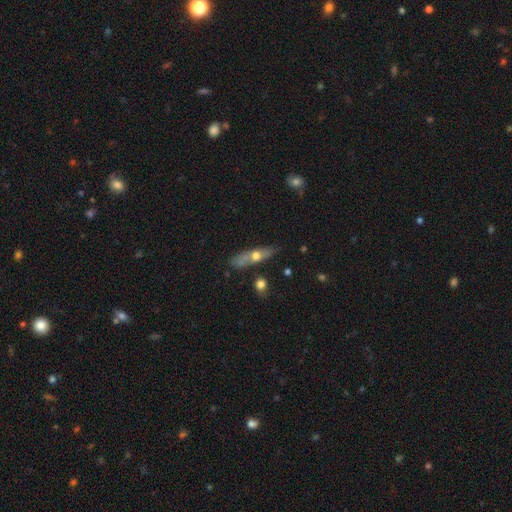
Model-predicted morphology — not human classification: Overall: featured or disk (54%; smooth 37%). Edge-on disk: yes (72%). Merging: none (65%).